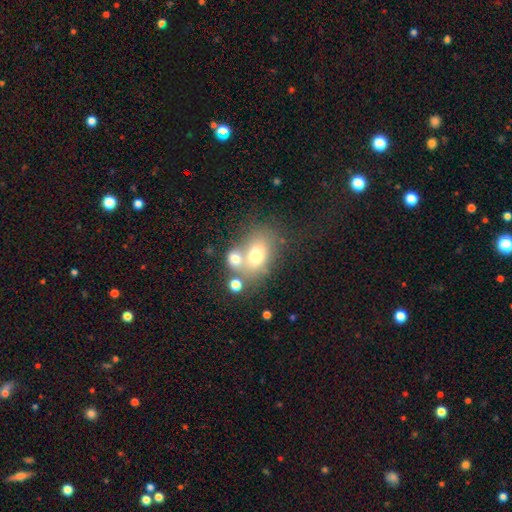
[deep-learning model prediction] smooth_or_featured: smooth (p=0.67) [alt: featured or disk p=0.21]
how_rounded: in between (p=0.68) [alt: round p=0.31]
merging: merger (p=0.45) [alt: none p=0.37]